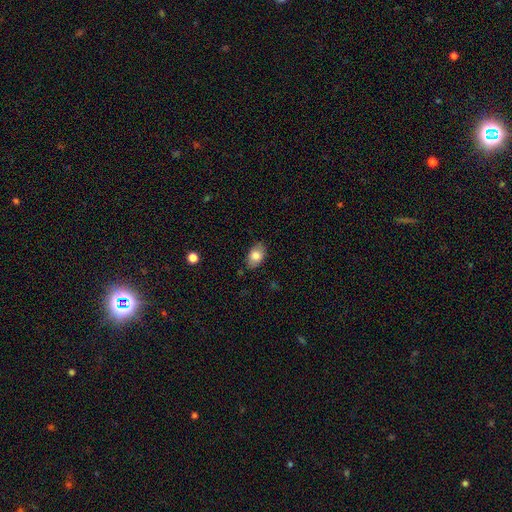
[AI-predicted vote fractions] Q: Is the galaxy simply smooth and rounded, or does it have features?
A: smooth — 81%.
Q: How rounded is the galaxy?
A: in between — 88%.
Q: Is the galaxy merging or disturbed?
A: none — 83%.